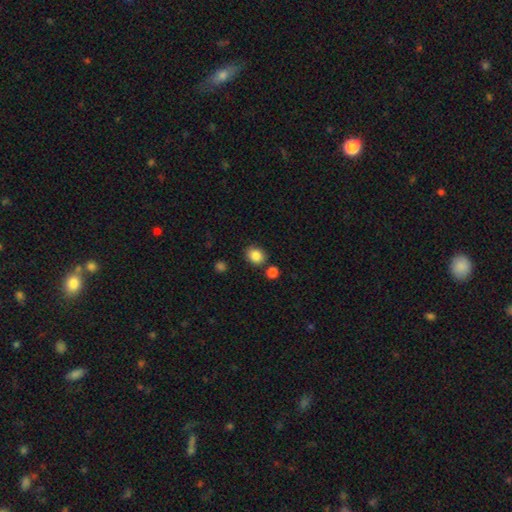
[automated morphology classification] Smooth or featured? smooth (86%)
How rounded? round (59%)
Merging? none (79%)